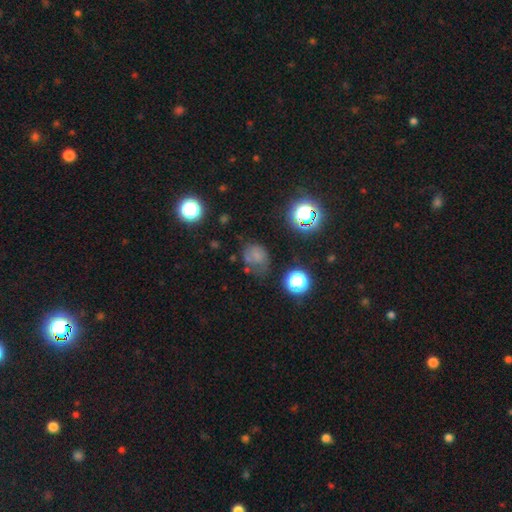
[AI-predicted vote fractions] Morphology: type=smooth (58%); roundness=round (56%); merging=none (47%).